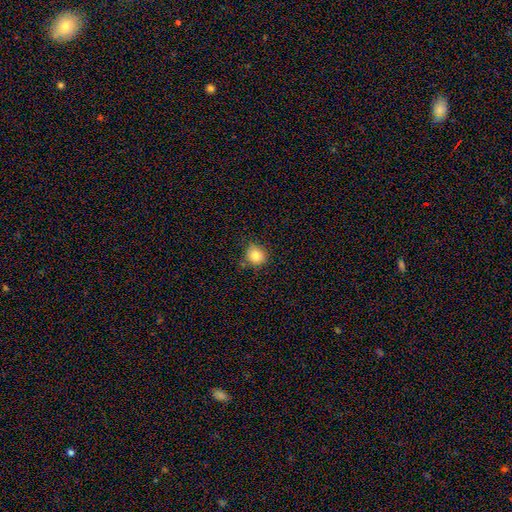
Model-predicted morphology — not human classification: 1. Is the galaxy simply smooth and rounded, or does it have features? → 83% smooth, 11% star or artifact, 6% featured or disk.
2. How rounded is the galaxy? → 83% round, 16% in between, 1% cigar-shaped.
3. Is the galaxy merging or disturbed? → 78% none, 16% minor disturbance, 3% major disturbance, 3% merger.